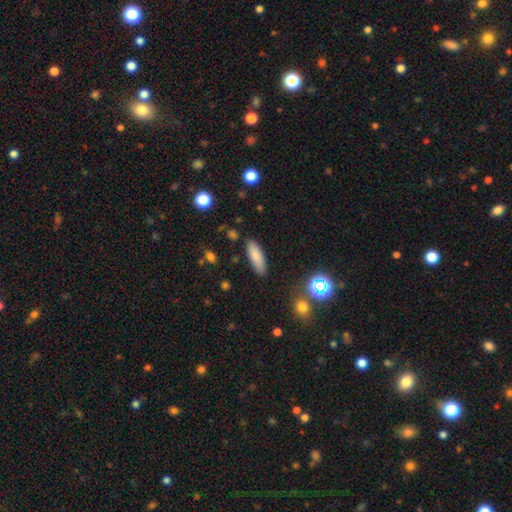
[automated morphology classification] Smooth or featured?
  - smooth: 83% *
  - featured or disk: 9%
  - star or artifact: 8%
How rounded?
  - in between: 57% *
  - cigar-shaped: 41%
  - round: 2%
Merging?
  - none: 85% *
  - minor disturbance: 10%
  - major disturbance: 2%
  - merger: 2%